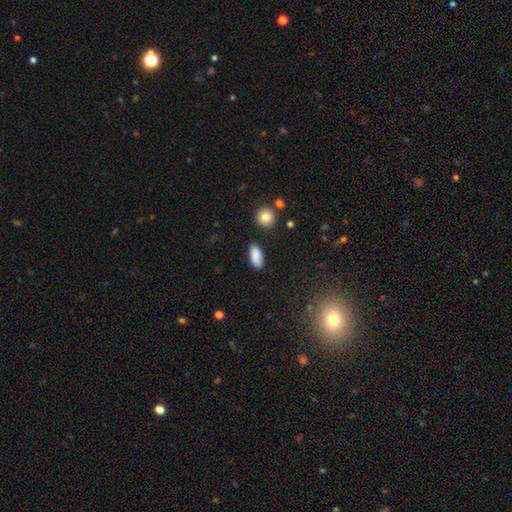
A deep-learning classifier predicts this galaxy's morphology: Smooth or featured? smooth (87%)
How rounded? in between (90%)
Merging? none (84%)